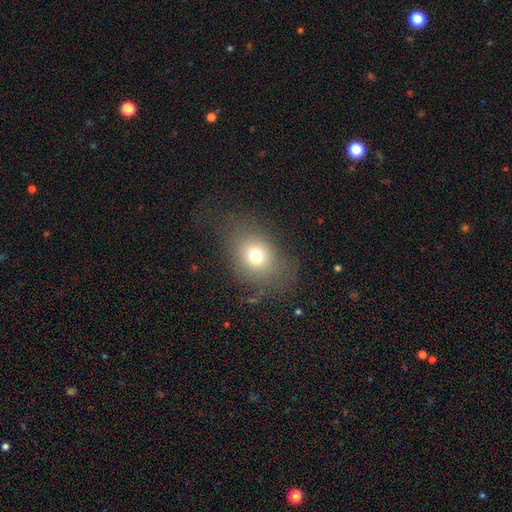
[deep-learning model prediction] Smooth or featured?
  - smooth: 73% *
  - star or artifact: 14%
  - featured or disk: 13%
How rounded?
  - round: 50% *
  - in between: 48%
  - cigar-shaped: 1%
Merging?
  - none: 71% *
  - minor disturbance: 16%
  - major disturbance: 11%
  - merger: 1%